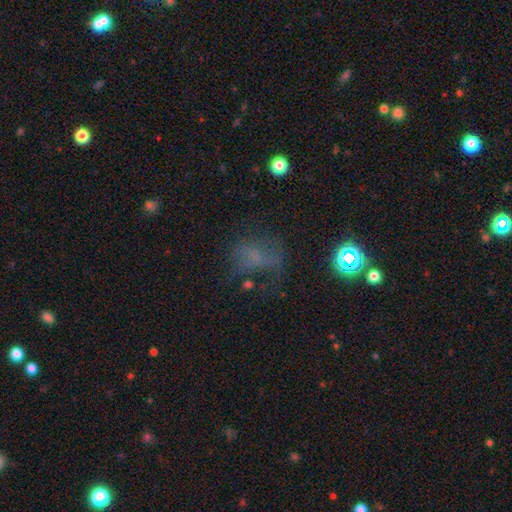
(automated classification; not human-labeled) smooth_or_featured: smooth (p=0.45) [alt: star or artifact p=0.30]
merging: none (p=0.47) [alt: major disturbance p=0.27]